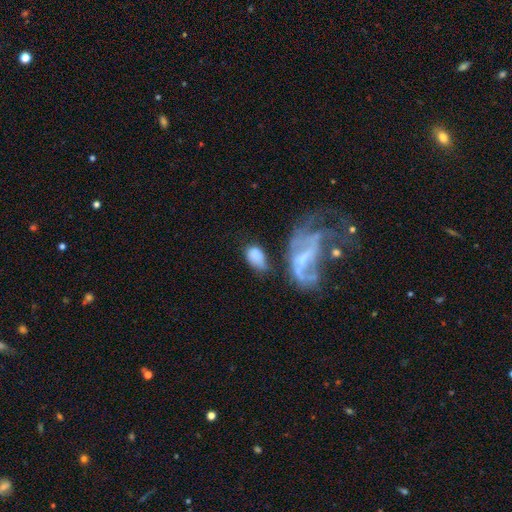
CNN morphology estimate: This is likely a smooth galaxy (68%). How rounded: clearly in between (87%). Merging: marginally none (32%).